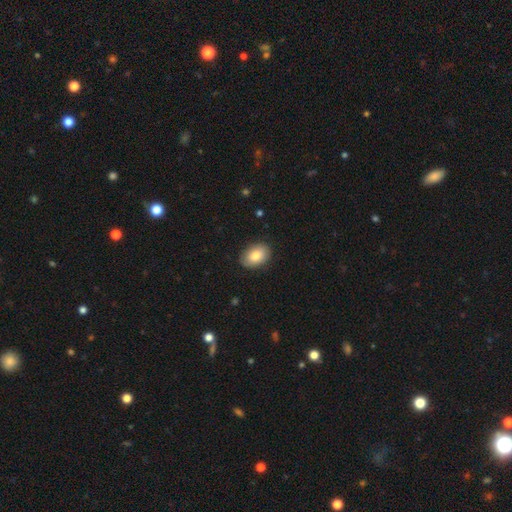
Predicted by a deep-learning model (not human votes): A smooth galaxy with no disk features (81%) that is in between round and cigar-shaped (85%). Merging: none (86%).